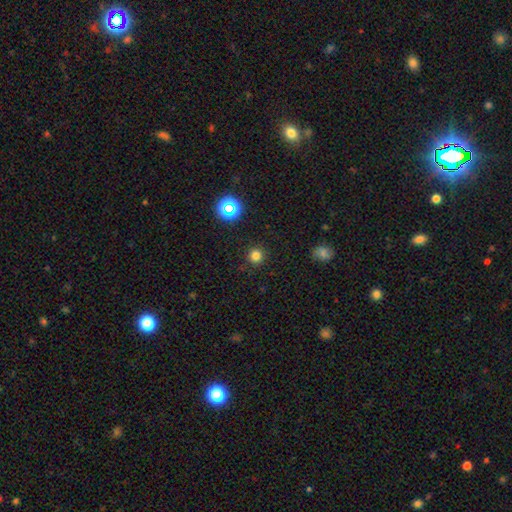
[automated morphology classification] Q: Smooth or featured?
A: smooth (78%); runner-up: star or artifact (17%)
Q: How rounded?
A: round (95%); runner-up: in between (4%)
Q: Merging?
A: none (89%); runner-up: minor disturbance (7%)